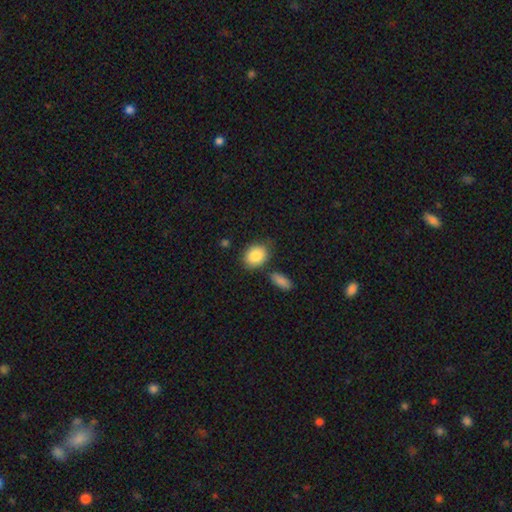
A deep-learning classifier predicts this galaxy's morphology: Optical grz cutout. It shows a smooth galaxy with no disk features (87%) that is in between round and cigar-shaped (58%). Merging: none (74%).